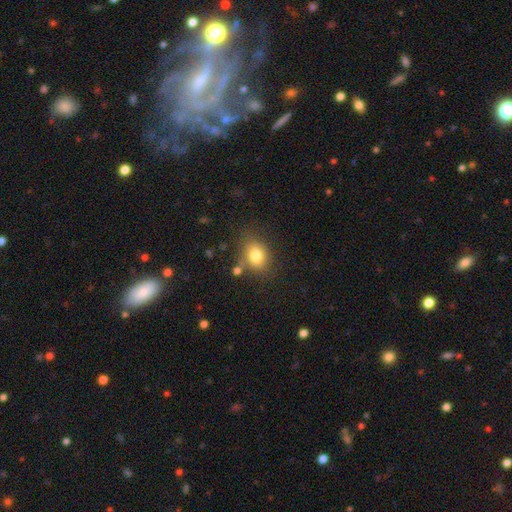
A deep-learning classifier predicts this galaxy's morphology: Smooth or featured: smooth — 80% (star or artifact — 11%)
How rounded: in between — 51% (round — 48%)
Merging: none — 71% (minor disturbance — 16%)